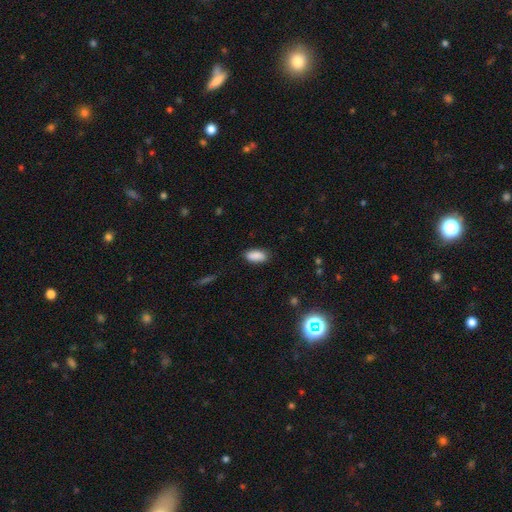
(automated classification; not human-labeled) smooth 89%, star or artifact 7%, featured or disk 4%. Down the decision tree: how rounded — in between (89%); merging — none (84%).